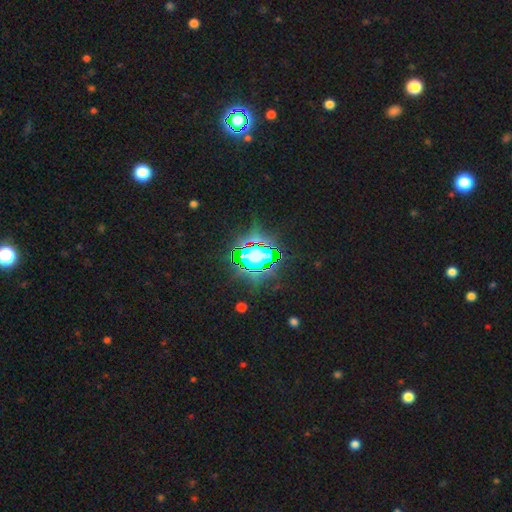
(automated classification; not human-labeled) Smooth or featured: star or artifact — 69% (smooth — 19%)